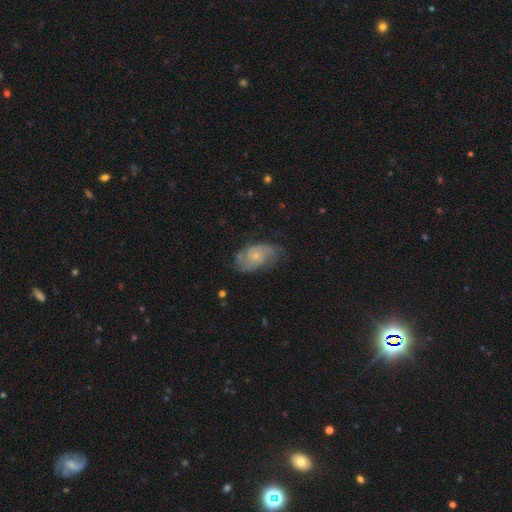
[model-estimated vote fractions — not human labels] smooth-or-featured: featured or disk: 72% | smooth: 21% | star or artifact: 7%
  disk-edge-on: no: 97% | yes: 3%
    bar: no: 75% | weak: 22% | strong: 3%
    has-spiral-arms: yes: 90% | no: 10%
      spiral-winding: medium: 44% | tight: 34% | loose: 22%
      spiral-arm-count: 2: 59% | can't tell: 20% | 3: 11% | 1: 4% | 4: 3% | more than 4: 3%
    bulge-size: small: 72% | moderate: 22% | none: 4% | large: 1% | dominant: 1%
  merging: none: 61% | minor disturbance: 26% | major disturbance: 11% | merger: 2%